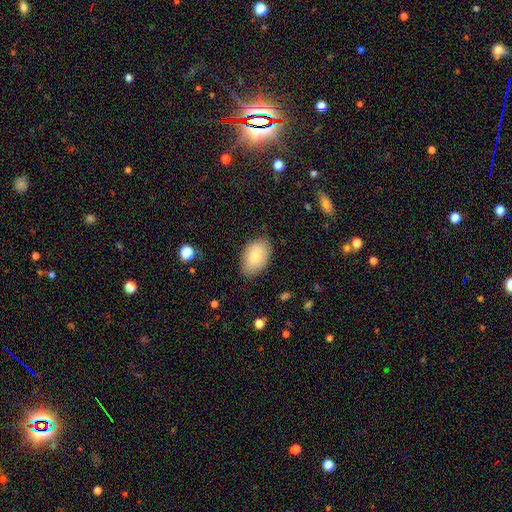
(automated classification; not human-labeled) Morphology: type=smooth (79%); roundness=in between (92%); merging=none (80%).